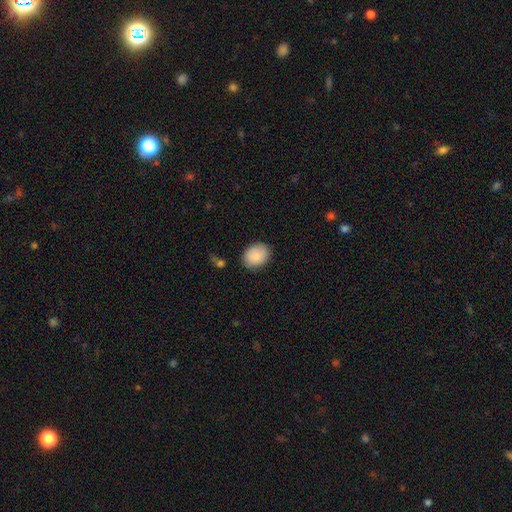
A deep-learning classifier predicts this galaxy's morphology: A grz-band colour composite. It shows a smooth galaxy with no disk features (87%) that is in between round and cigar-shaped (54%). Merging: none (82%).